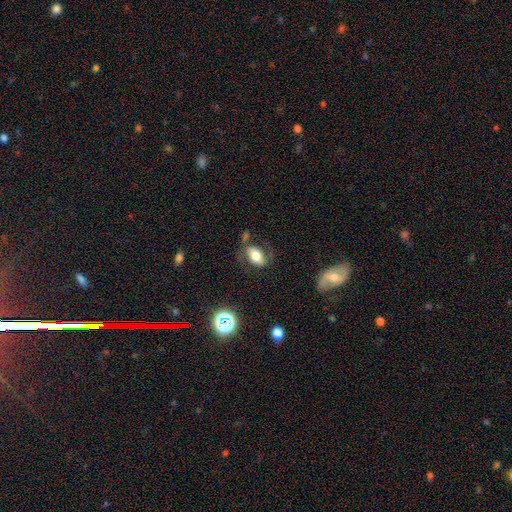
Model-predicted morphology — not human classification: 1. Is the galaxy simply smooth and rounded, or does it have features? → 56% smooth, 34% featured or disk, 10% star or artifact.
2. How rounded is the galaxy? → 87% in between, 10% round, 3% cigar-shaped.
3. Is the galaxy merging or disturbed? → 56% none, 22% minor disturbance, 16% major disturbance, 6% merger.